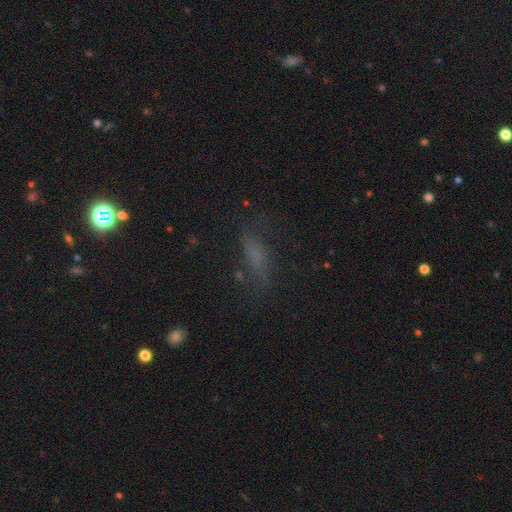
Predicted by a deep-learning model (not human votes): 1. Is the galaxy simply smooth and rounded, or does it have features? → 53% smooth, 24% star or artifact, 23% featured or disk.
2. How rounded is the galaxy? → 55% in between, 39% cigar-shaped, 6% round.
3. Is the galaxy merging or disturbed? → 60% none, 21% minor disturbance, 16% major disturbance, 3% merger.